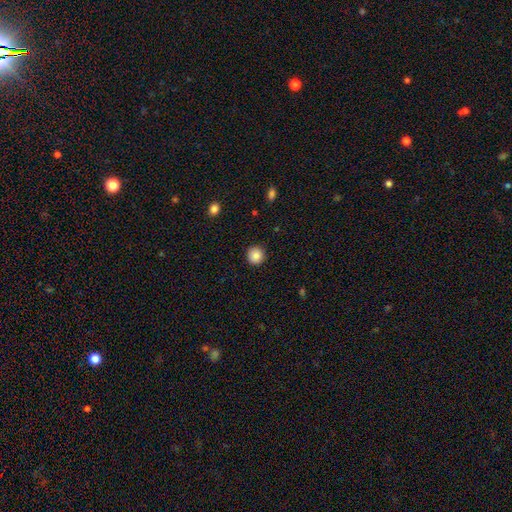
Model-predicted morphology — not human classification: A smooth galaxy with no disk features (85%) that is round (93%). Merging: none (92%).